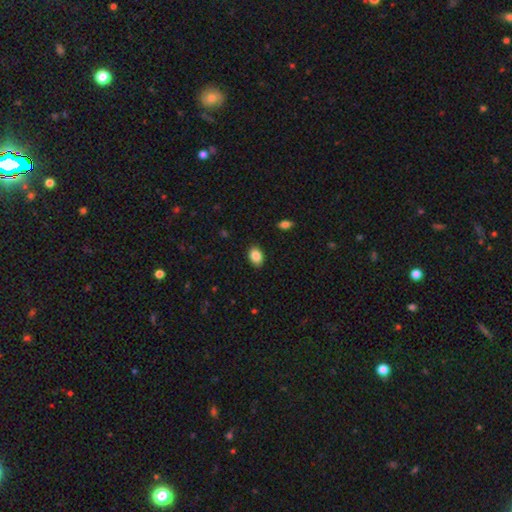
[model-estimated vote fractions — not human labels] A smooth galaxy with no disk features (87%) that is in between round and cigar-shaped (79%). Merging: none (87%).